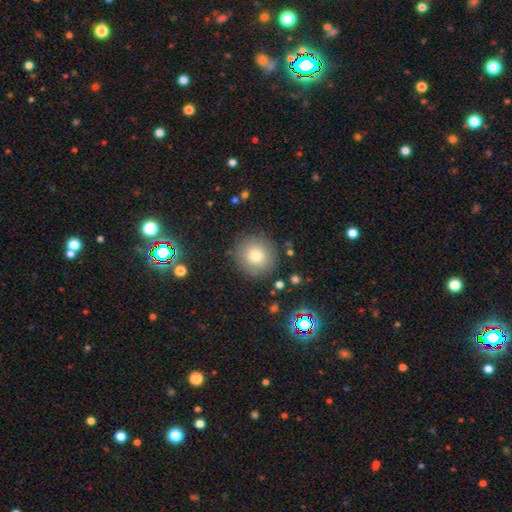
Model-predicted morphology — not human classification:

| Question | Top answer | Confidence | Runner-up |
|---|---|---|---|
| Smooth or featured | smooth | 77% | featured or disk (12%) |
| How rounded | round | 93% | in between (6%) |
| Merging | none | 88% | minor disturbance (7%) |